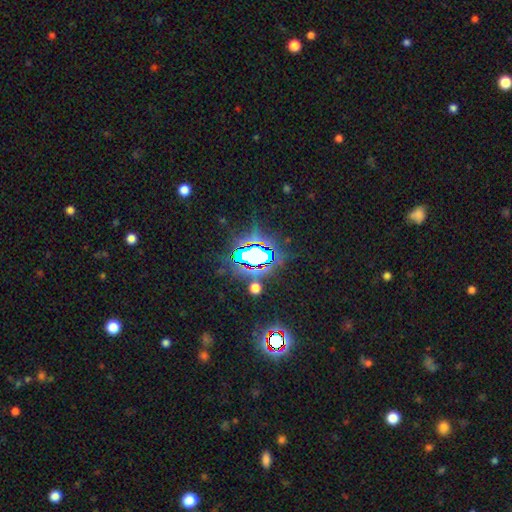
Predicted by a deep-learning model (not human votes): Smooth or featured?
  - star or artifact: 70% *
  - smooth: 18%
  - featured or disk: 12%